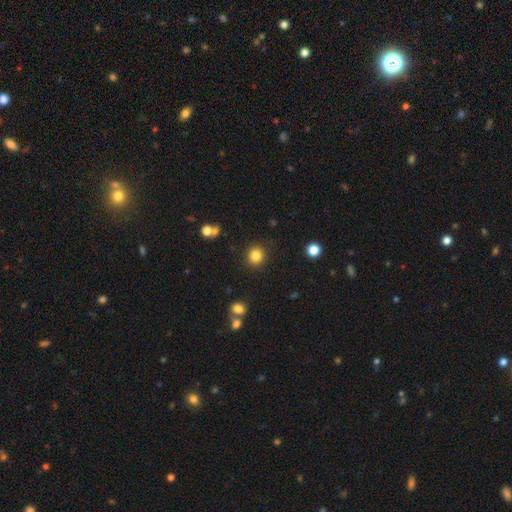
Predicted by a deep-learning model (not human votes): smooth-or-featured: smooth: 83% | star or artifact: 12% | featured or disk: 5%
  how-rounded: round: 90% | in between: 9% | cigar-shaped: 1%
  merging: none: 89% | minor disturbance: 6% | major disturbance: 3% | merger: 2%